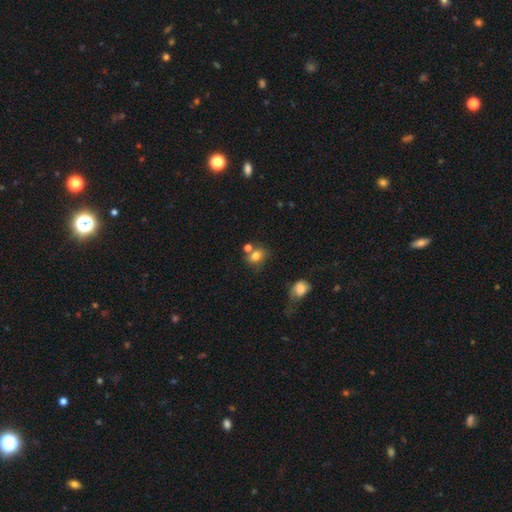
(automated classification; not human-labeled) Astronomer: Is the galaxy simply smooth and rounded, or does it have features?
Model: smooth — 77%.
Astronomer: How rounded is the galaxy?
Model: in between — 53% (runner-up: round, 46%).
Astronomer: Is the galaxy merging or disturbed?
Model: none — 50% (runner-up: merger, 28%).